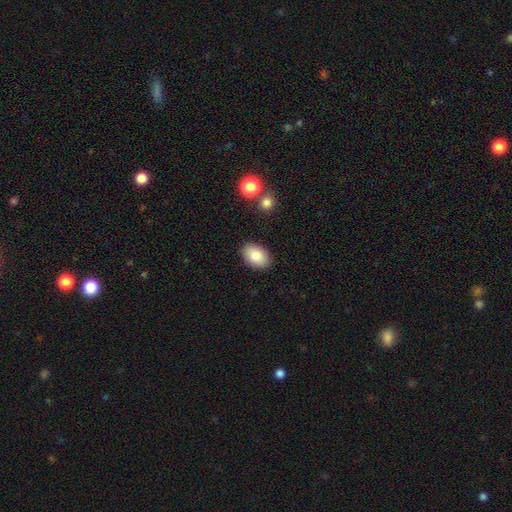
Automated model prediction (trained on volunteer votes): A smooth galaxy with no disk features (84%) that is in between round and cigar-shaped (89%). Merging: none (88%).